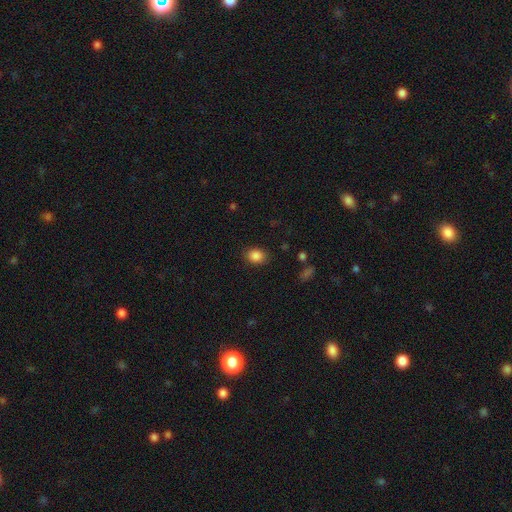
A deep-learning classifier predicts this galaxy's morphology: A smooth galaxy with no disk features (86%) that is in between round and cigar-shaped (56%). Merging: none (85%).